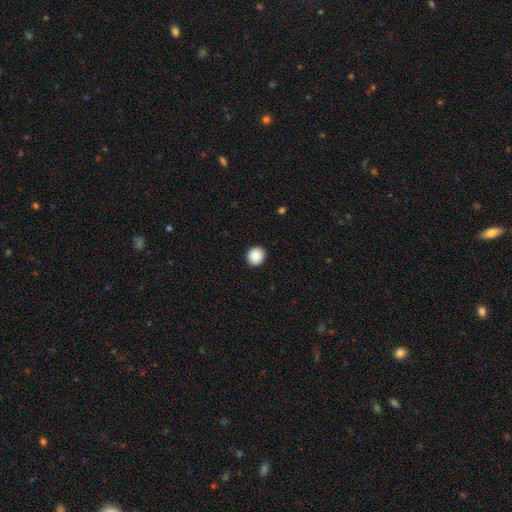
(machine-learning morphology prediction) The model was most divided on "smooth or featured": smooth: 84%, star or artifact: 8%, featured or disk: 7%. More confident: merging — none (93%); how rounded — round (90%).